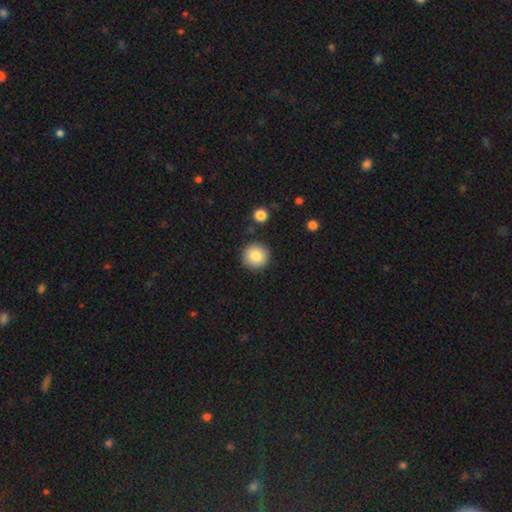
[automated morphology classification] Smooth or featured? Predicted: smooth (p=0.83). How rounded? Predicted: round (p=0.95). Merging? Predicted: none (p=0.89).